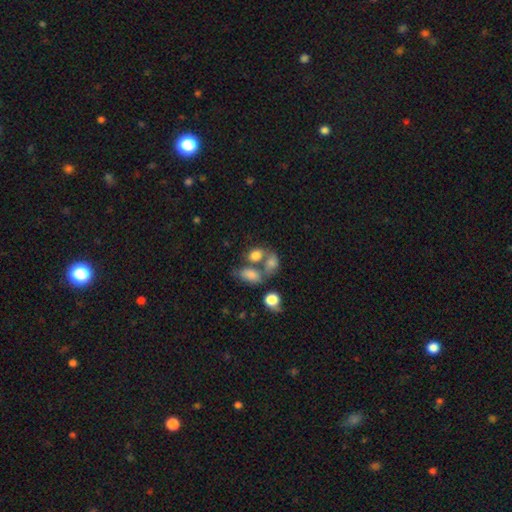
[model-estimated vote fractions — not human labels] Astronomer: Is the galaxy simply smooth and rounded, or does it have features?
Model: smooth — 75%.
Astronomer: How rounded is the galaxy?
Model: in between — 72%.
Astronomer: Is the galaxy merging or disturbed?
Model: merger — 48% (runner-up: none, 30%).